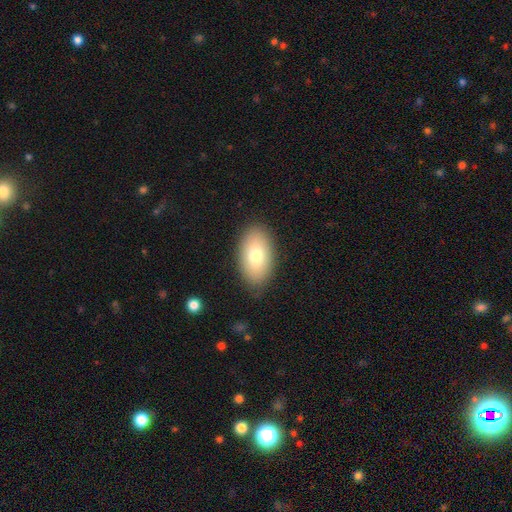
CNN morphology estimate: This appears to be a smooth galaxy with no disk features (76%) that is in between round and cigar-shaped (93%). Merging: none (85%).